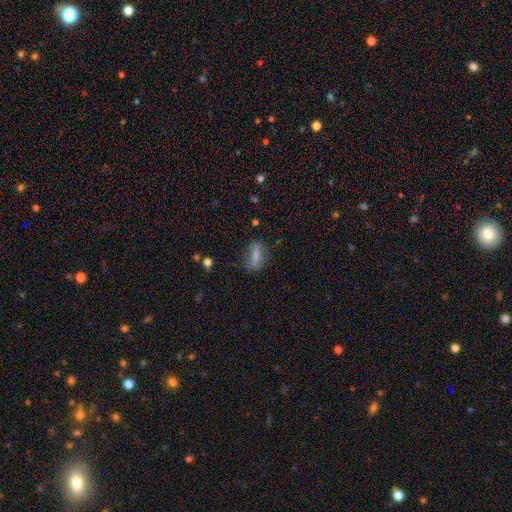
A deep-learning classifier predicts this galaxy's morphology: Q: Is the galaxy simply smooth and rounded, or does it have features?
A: smooth — 69%.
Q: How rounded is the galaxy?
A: in between — 63%.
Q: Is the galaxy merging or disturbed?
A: none — 68%.